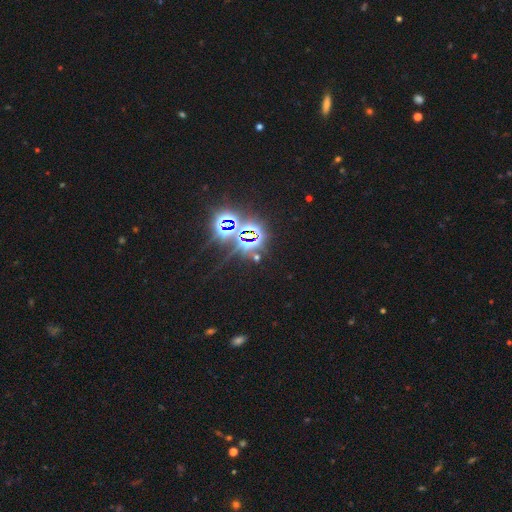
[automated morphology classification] type=star or artifact (81%).